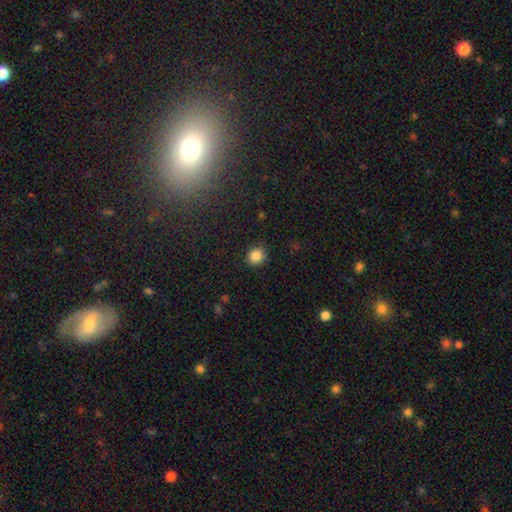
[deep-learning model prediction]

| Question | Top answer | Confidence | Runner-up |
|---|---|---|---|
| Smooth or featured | smooth | 86% | star or artifact (10%) |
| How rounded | round | 87% | in between (12%) |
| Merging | none | 89% | minor disturbance (8%) |